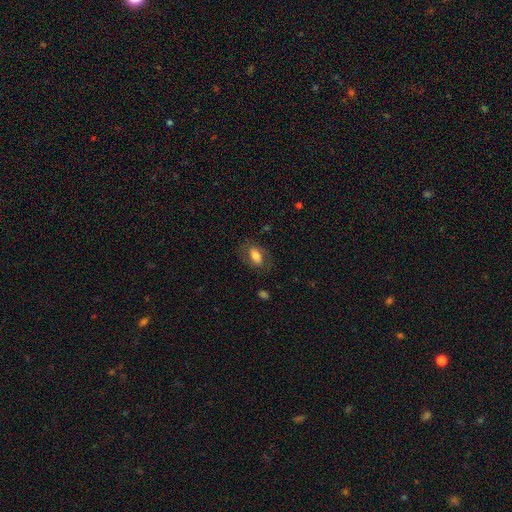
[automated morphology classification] Smooth or featured?
  - smooth: 65% *
  - featured or disk: 28%
  - star or artifact: 8%
How rounded?
  - in between: 88% *
  - round: 9%
  - cigar-shaped: 3%
Merging?
  - none: 72% *
  - minor disturbance: 16%
  - major disturbance: 10%
  - merger: 1%